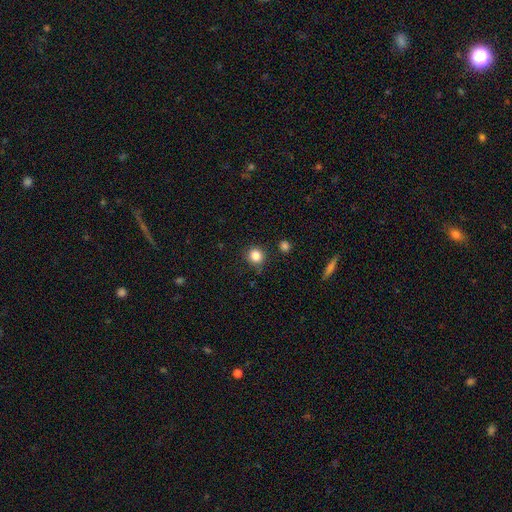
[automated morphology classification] Smooth or featured: smooth — 84% (star or artifact — 11%)
How rounded: round — 87% (in between — 12%)
Merging: none — 84% (minor disturbance — 10%)